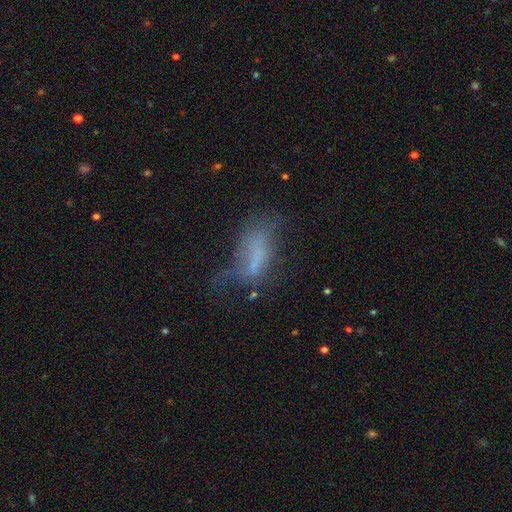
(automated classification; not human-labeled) smooth_or_featured: smooth (p=0.47) [alt: featured or disk p=0.36]
merging: major disturbance (p=0.41) [alt: none p=0.27]